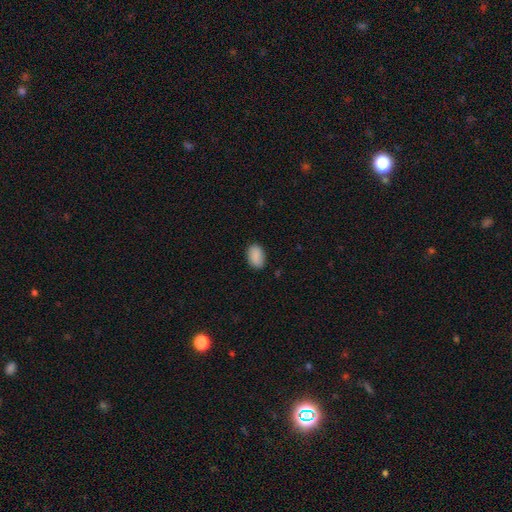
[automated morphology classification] Overall: smooth (89%). How rounded: in between (89%). Merging: none (83%).